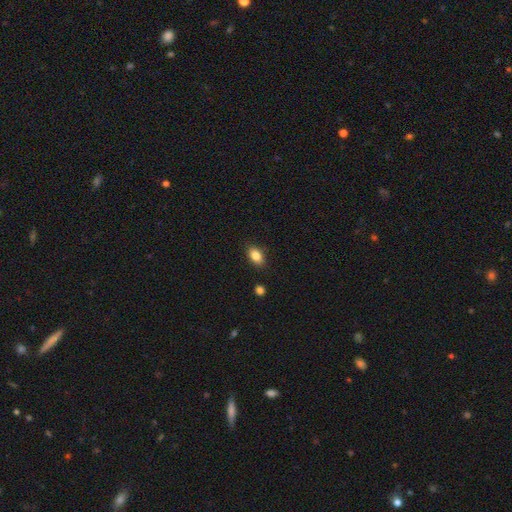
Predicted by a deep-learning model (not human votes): A smooth galaxy with no disk features (84%) that is in between round and cigar-shaped (87%). Merging: none (86%).